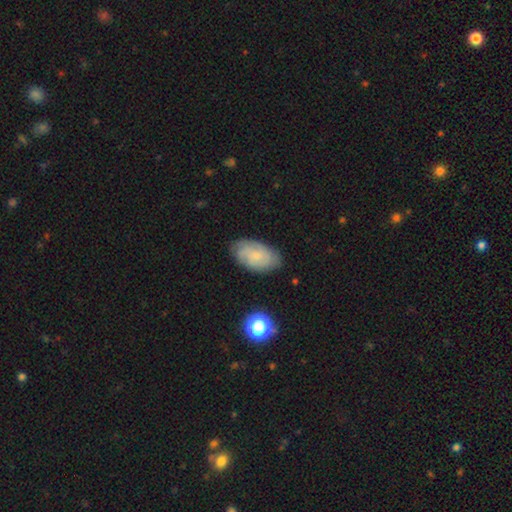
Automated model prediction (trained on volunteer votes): This is possibly a smooth galaxy (49%). Merging: likely none (78%).